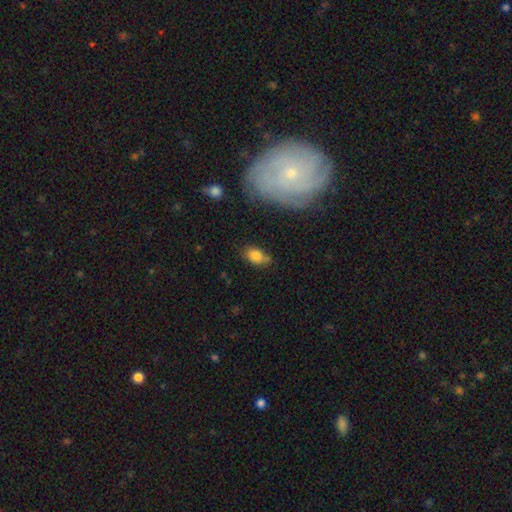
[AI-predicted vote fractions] Smooth or featured: smooth — 81% (featured or disk — 10%)
How rounded: in between — 83% (round — 14%)
Merging: none — 67% (minor disturbance — 22%)